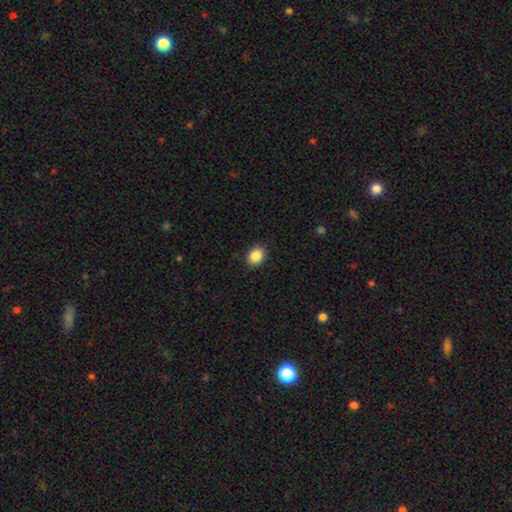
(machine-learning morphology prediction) Smooth or featured? Predicted: smooth (p=0.88). How rounded? Predicted: in between (p=0.61). Merging? Predicted: none (p=0.88).